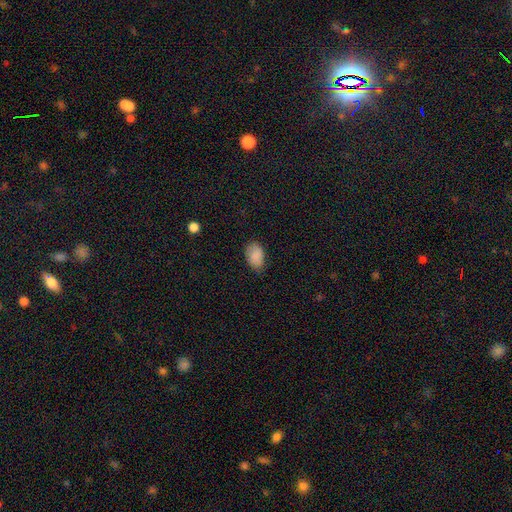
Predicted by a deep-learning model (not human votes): smooth_or_featured: smooth (p=0.86) [alt: star or artifact p=0.08]
how_rounded: in between (p=0.88) [alt: round p=0.11]
merging: none (p=0.70) [alt: minor disturbance p=0.24]